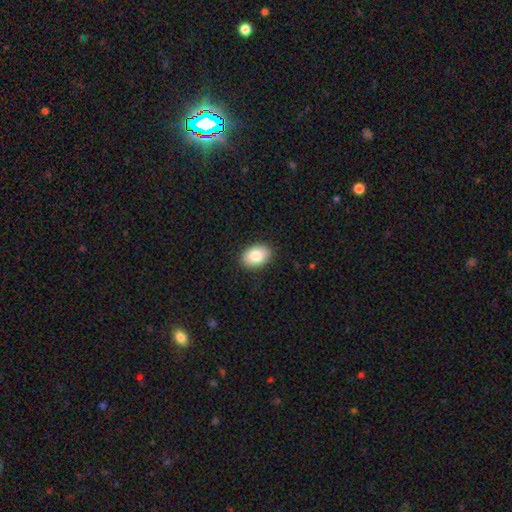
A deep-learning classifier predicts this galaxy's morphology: The model was most divided on "how rounded": in between: 86%, round: 13%, cigar-shaped: 1%. More confident: merging — none (89%); smooth or featured — smooth (84%).